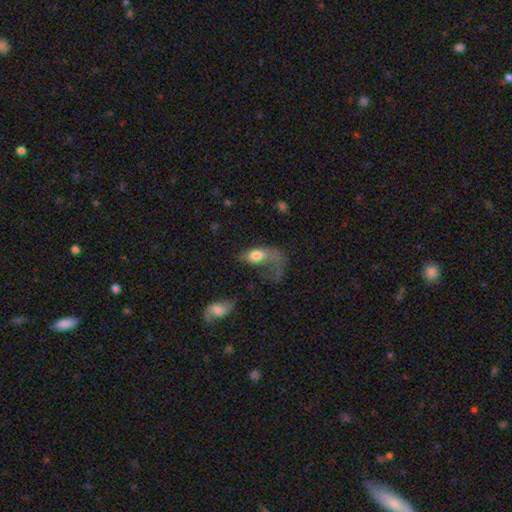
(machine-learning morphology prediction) smooth-or-featured: smooth: 63% | featured or disk: 29% | star or artifact: 8%
  how-rounded: in between: 83% | round: 10% | cigar-shaped: 7%
  merging: major disturbance: 64% | none: 16% | minor disturbance: 14% | merger: 6%